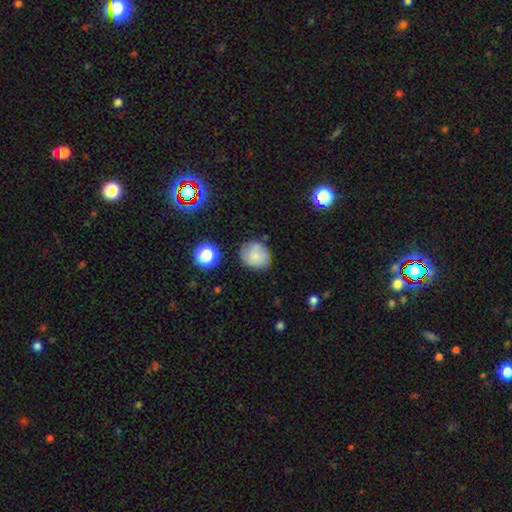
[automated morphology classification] smooth_or_featured: smooth (p=0.73) [alt: featured or disk p=0.16]
how_rounded: round (p=0.81) [alt: in between p=0.18]
merging: none (p=0.76) [alt: minor disturbance p=0.17]